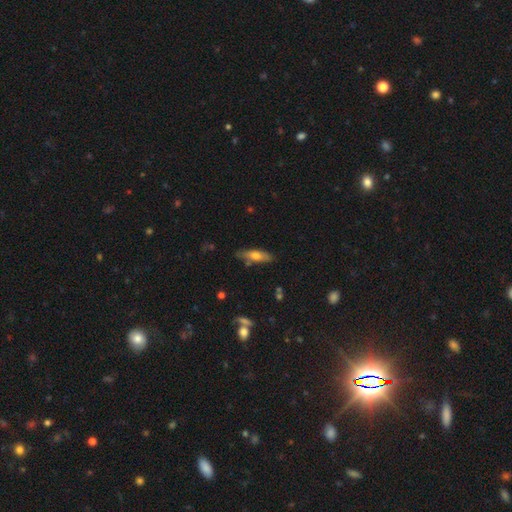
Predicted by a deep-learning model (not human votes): smooth 66%, featured or disk 28%, star or artifact 7%. Down the decision tree: how rounded — cigar-shaped (50%); merging — none (78%).